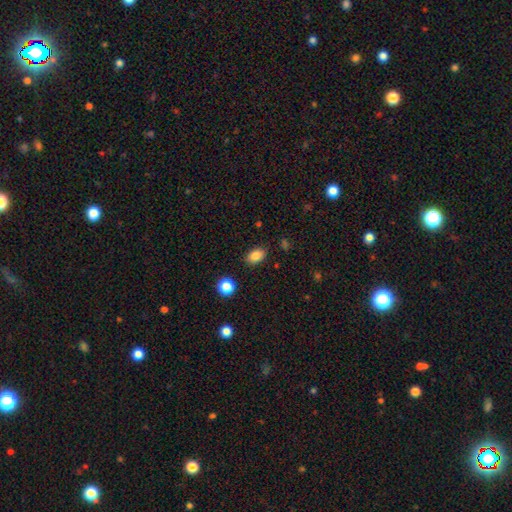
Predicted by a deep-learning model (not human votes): smooth-or-featured: smooth: 84% | star or artifact: 10% | featured or disk: 6%
  how-rounded: in between: 85% | round: 14% | cigar-shaped: 1%
  merging: none: 86% | minor disturbance: 10% | major disturbance: 3% | merger: 2%